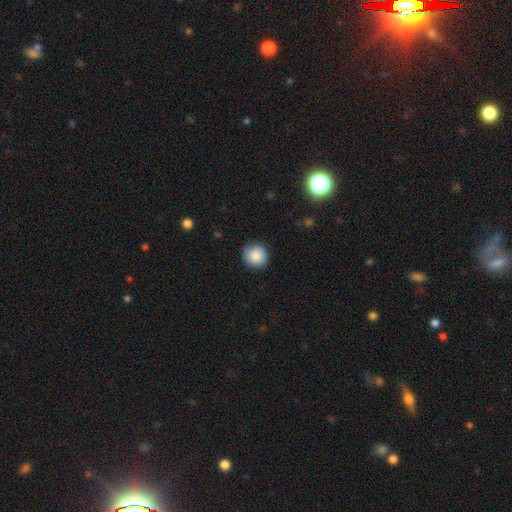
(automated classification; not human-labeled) Q: Smooth or featured?
A: smooth (86%); runner-up: star or artifact (8%)
Q: How rounded?
A: round (93%); runner-up: in between (6%)
Q: Merging?
A: none (87%); runner-up: minor disturbance (10%)